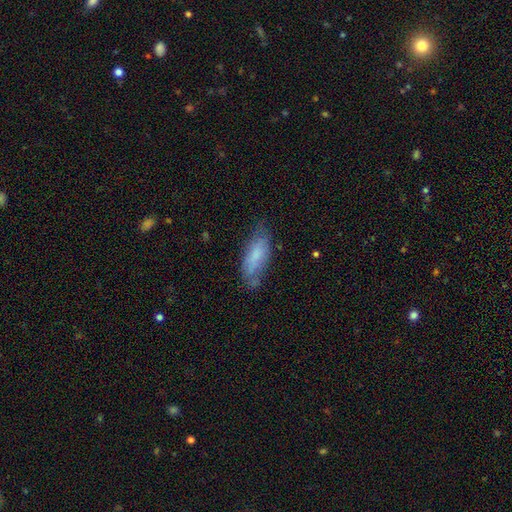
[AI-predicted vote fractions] Smooth or featured? Predicted: smooth (p=0.70). How rounded? Predicted: in between (p=0.70). Merging? Predicted: none (p=0.57).